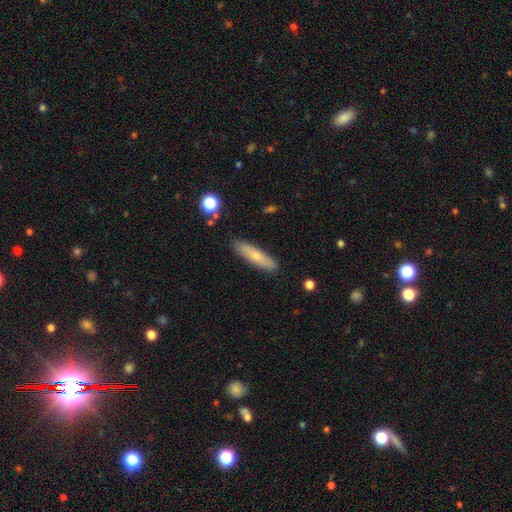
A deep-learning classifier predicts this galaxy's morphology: Smooth or featured?
  - smooth: 67% *
  - featured or disk: 26%
  - star or artifact: 7%
How rounded?
  - cigar-shaped: 78% *
  - in between: 20%
  - round: 2%
Merging?
  - none: 87% *
  - minor disturbance: 10%
  - major disturbance: 2%
  - merger: 2%